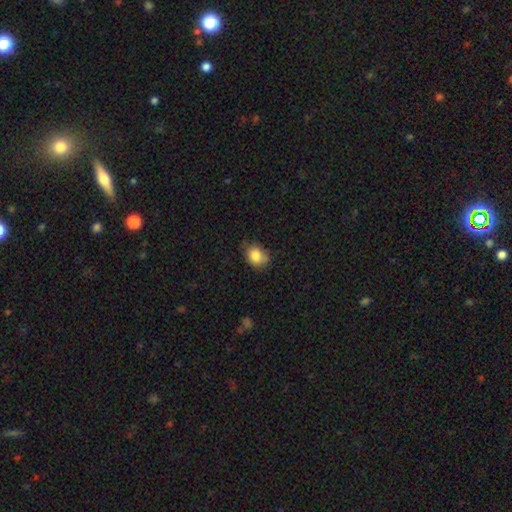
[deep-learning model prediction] smooth-or-featured: smooth: 83% | star or artifact: 9% | featured or disk: 8%
  how-rounded: in between: 58% | round: 40% | cigar-shaped: 1%
  merging: none: 65% | minor disturbance: 28% | major disturbance: 5% | merger: 2%